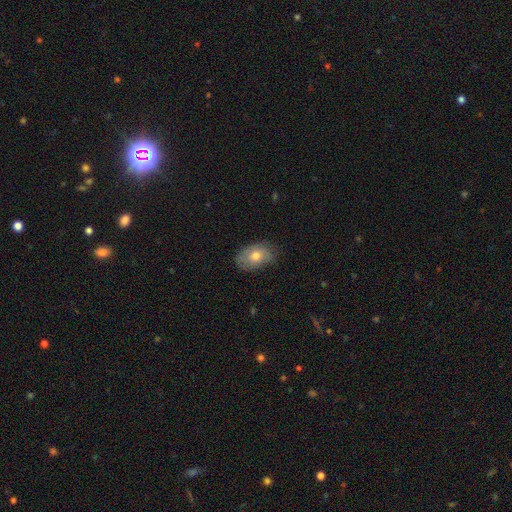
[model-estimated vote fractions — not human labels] Smooth or featured? smooth (64%)
How rounded? in between (86%)
Merging? none (70%)